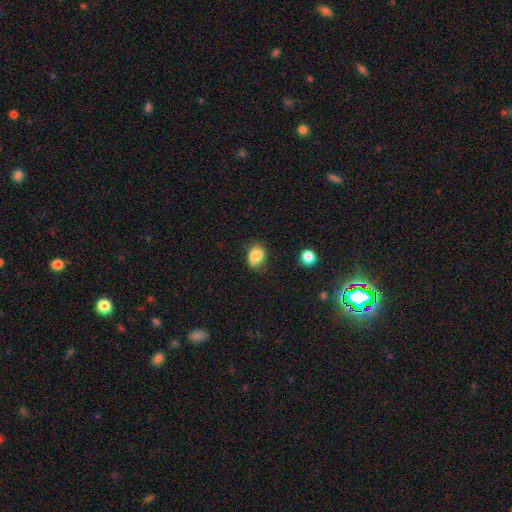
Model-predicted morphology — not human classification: A smooth galaxy with no disk features (75%) that is in between round and cigar-shaped (68%).

Vote fractions:
- Smooth or featured? smooth: 75% / featured or disk: 14% / star or artifact: 11%
- How rounded? in between: 68% / round: 30% / cigar-shaped: 2%
- Merging? none: 52% / minor disturbance: 27% / merger: 12% / major disturbance: 8%